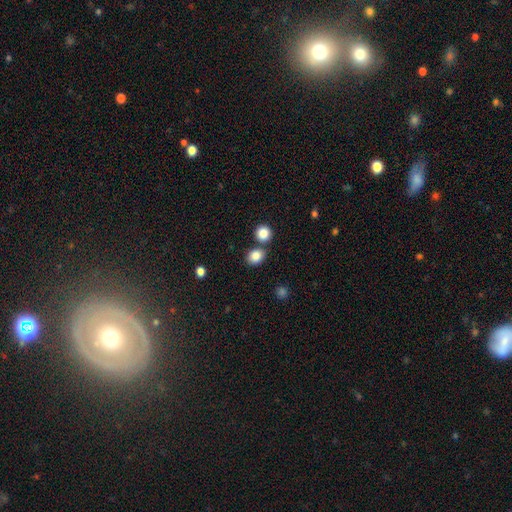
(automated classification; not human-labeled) This is clearly a smooth galaxy (85%). How rounded: likely round (64%). Merging: likely none (70%).